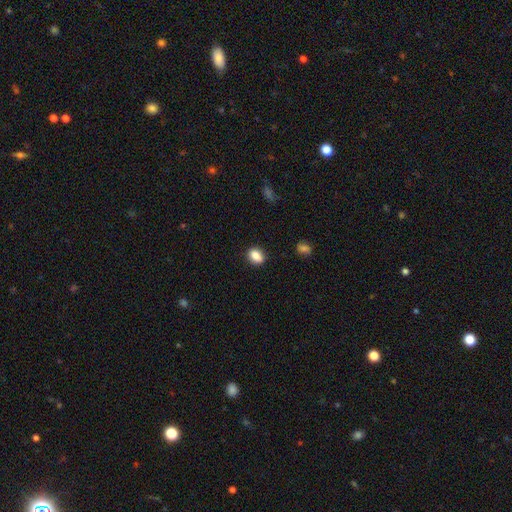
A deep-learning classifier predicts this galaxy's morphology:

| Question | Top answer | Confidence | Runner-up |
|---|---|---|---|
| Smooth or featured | smooth | 86% | star or artifact (9%) |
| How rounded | in between | 70% | round (29%) |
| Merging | none | 86% | minor disturbance (10%) |